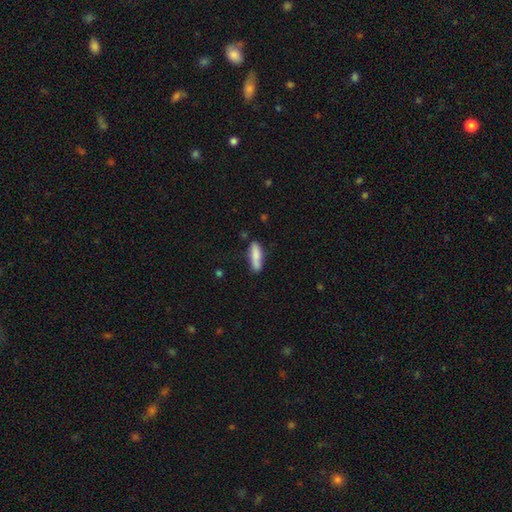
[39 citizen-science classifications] Morphology: type=smooth (85%); roundness=cigar-shaped (91%); merging=none (75%).